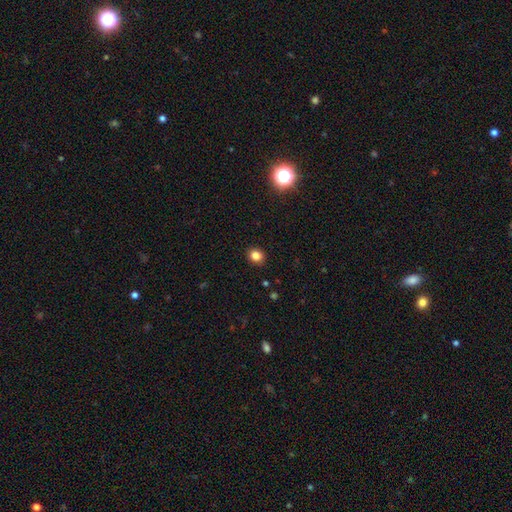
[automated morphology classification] Smooth or featured?
  - smooth: 82% *
  - star or artifact: 13%
  - featured or disk: 5%
How rounded?
  - round: 71% *
  - in between: 28%
  - cigar-shaped: 1%
Merging?
  - none: 89% *
  - minor disturbance: 8%
  - major disturbance: 2%
  - merger: 1%